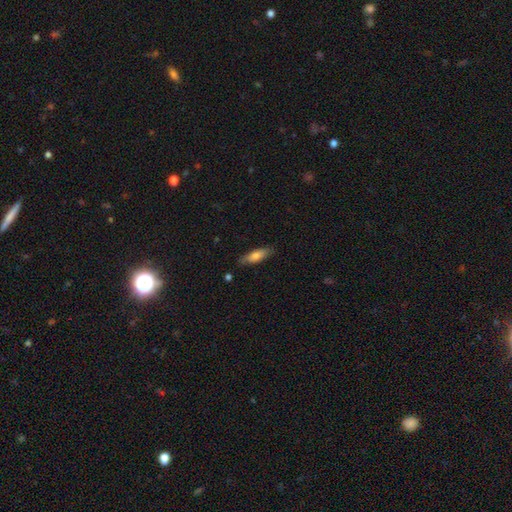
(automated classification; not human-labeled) smooth_or_featured: smooth (p=0.72) [alt: featured or disk p=0.21]
how_rounded: in between (p=0.50) [alt: cigar-shaped p=0.48]
merging: none (p=0.82) [alt: minor disturbance p=0.14]